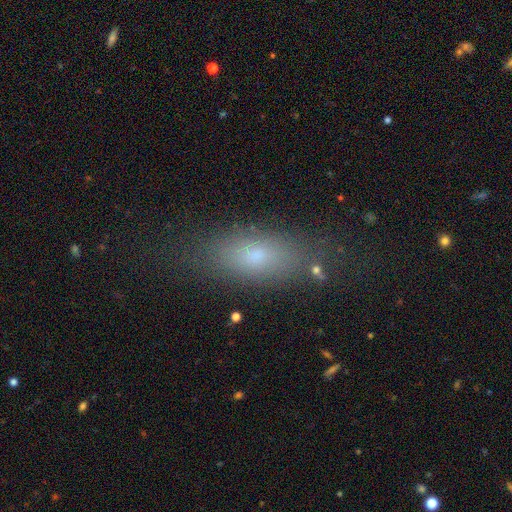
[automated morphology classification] This appears to be a smooth galaxy with no disk features (71%) that is in between round and cigar-shaped (71%). Merging: none (78%).